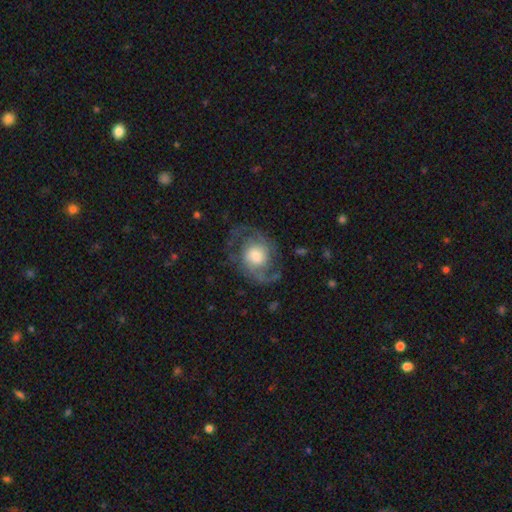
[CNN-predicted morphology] smooth-or-featured: featured or disk: 82% | smooth: 12% | star or artifact: 6%
  disk-edge-on: no: 98% | yes: 2%
    bar: no: 63% | weak: 31% | strong: 6%
    has-spiral-arms: yes: 94% | no: 6%
      spiral-winding: medium: 53% | loose: 27% | tight: 21%
      spiral-arm-count: 2: 86% | can't tell: 5% | 3: 3% | 1: 3% | 4: 2% | more than 4: 2%
    bulge-size: moderate: 45% | large: 35% | small: 14% | dominant: 4% | none: 3%
  merging: none: 69% | minor disturbance: 16% | major disturbance: 13% | merger: 1%